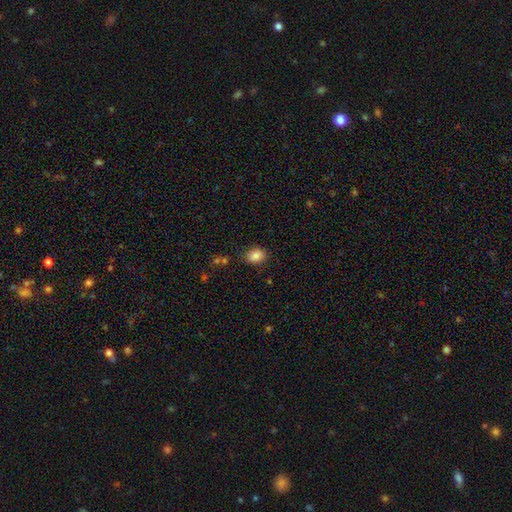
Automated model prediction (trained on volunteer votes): Smooth or featured?
  - smooth: 85% *
  - star or artifact: 10%
  - featured or disk: 6%
How rounded?
  - in between: 65% *
  - round: 34%
  - cigar-shaped: 1%
Merging?
  - none: 85% *
  - minor disturbance: 10%
  - major disturbance: 3%
  - merger: 2%